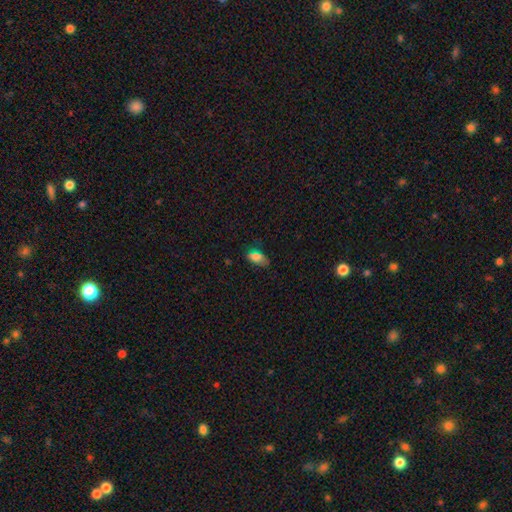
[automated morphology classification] Smooth or featured? smooth (70%)
How rounded? in between (86%)
Merging? none (57%)